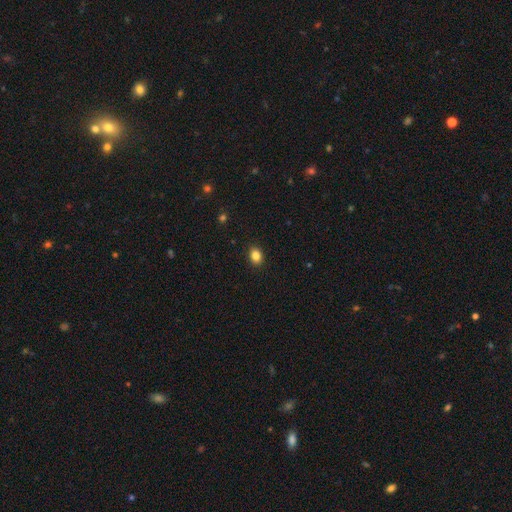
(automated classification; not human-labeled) A smooth galaxy with no disk features (86%) that is in between round and cigar-shaped (61%). Merging: none (90%).